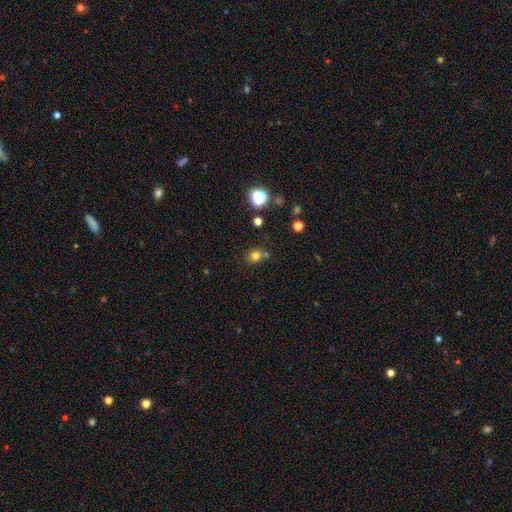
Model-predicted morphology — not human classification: The model was most divided on "merging": none: 69%, merger: 18%, minor disturbance: 10%, major disturbance: 3%. More confident: how rounded — round (83%); smooth or featured — smooth (76%).